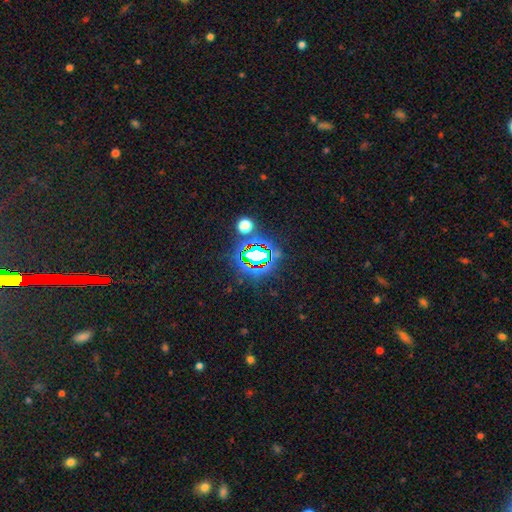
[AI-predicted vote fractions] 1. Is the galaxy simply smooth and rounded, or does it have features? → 71% star or artifact, 18% smooth, 11% featured or disk.